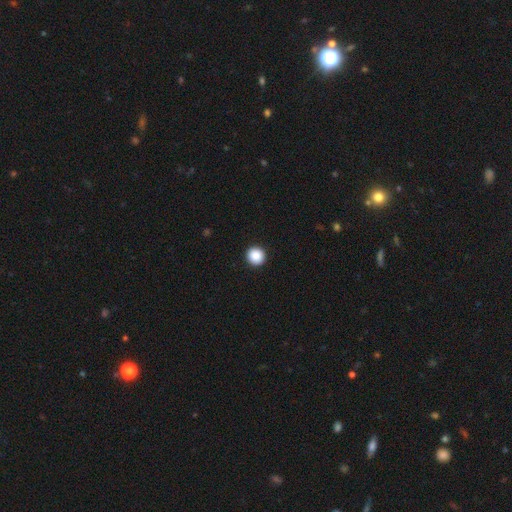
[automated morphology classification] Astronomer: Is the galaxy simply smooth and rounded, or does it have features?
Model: smooth — 89%.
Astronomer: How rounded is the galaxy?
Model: round — 95%.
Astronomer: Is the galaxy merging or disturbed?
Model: none — 93%.